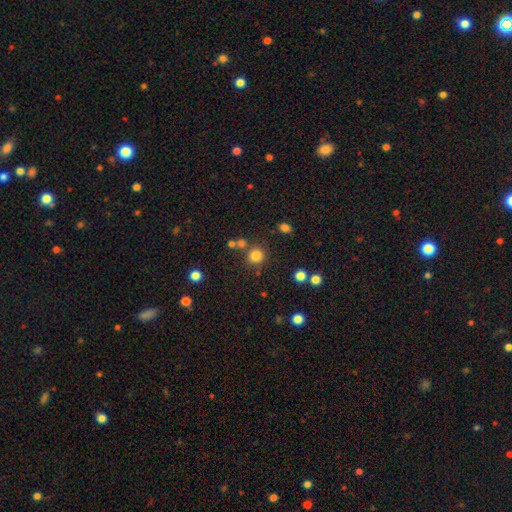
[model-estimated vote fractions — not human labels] Smooth or featured? Predicted: smooth (p=0.81). How rounded? Predicted: round (p=0.91). Merging? Predicted: none (p=0.78).